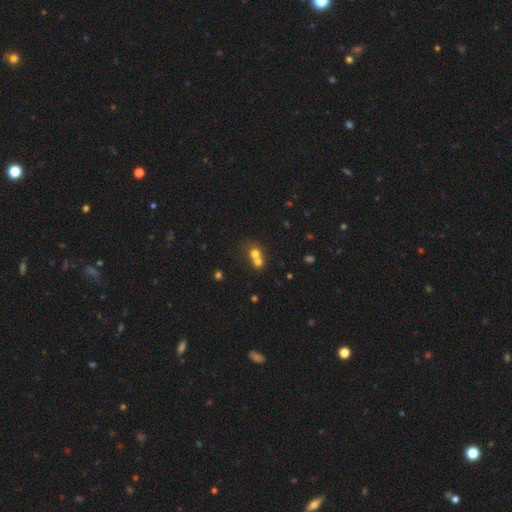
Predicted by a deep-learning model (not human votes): Smooth or featured: smooth — 68% (featured or disk — 17%)
How rounded: round — 76% (in between — 23%)
Merging: merger — 63% (none — 29%)